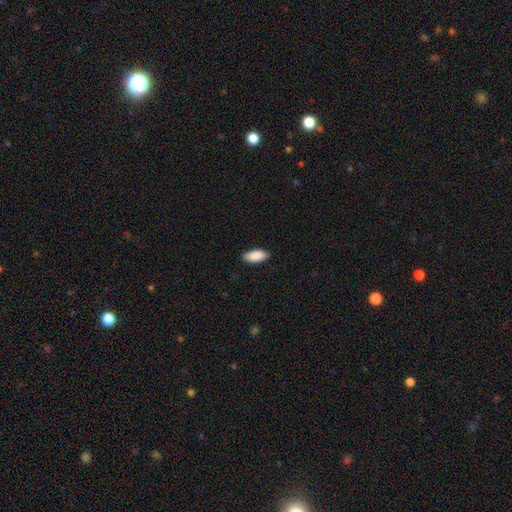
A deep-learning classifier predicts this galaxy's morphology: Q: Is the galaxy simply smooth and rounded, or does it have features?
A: smooth — 90%.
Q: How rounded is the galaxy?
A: in between — 88%.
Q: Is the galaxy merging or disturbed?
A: none — 88%.